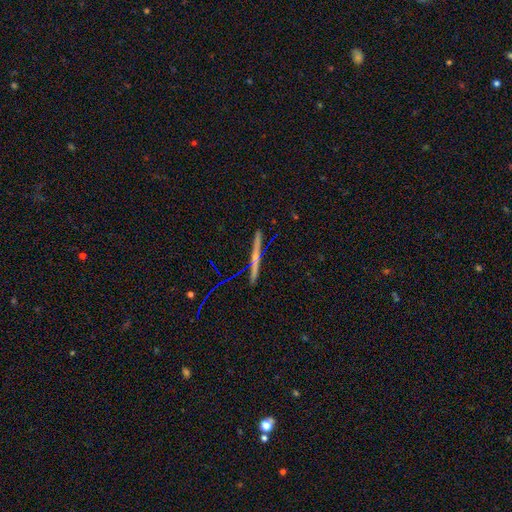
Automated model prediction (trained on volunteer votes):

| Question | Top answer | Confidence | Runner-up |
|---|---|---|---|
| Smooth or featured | featured or disk | 72% | smooth (18%) |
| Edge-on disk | yes | 97% | no (3%) |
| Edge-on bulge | rounded | 58% | none (35%) |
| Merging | none | 88% | minor disturbance (8%) |